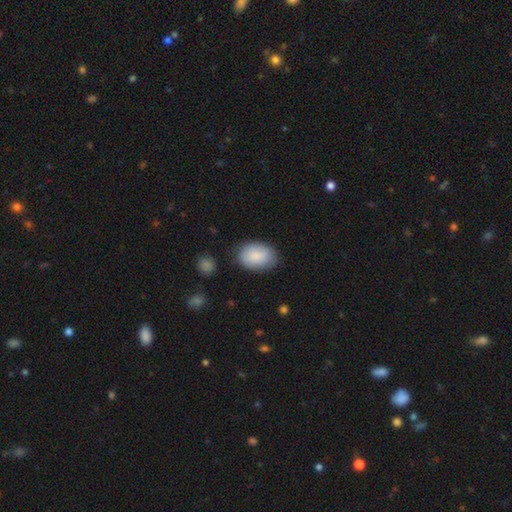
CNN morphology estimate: Smooth or featured? smooth (88%)
How rounded? in between (85%)
Merging? none (79%)